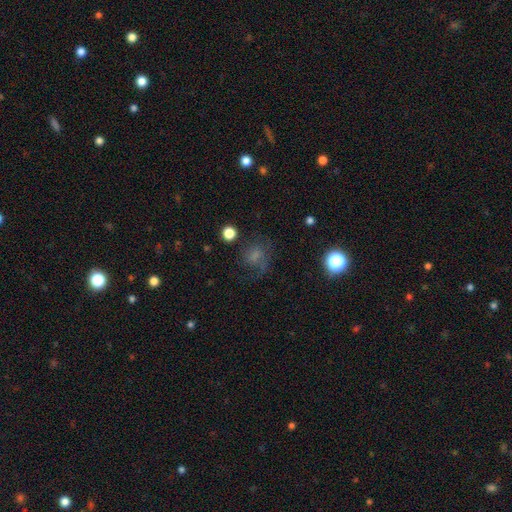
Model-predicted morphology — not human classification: This is possibly a smooth galaxy (56%). How rounded: likely round (63%). Merging: possibly none (46%).